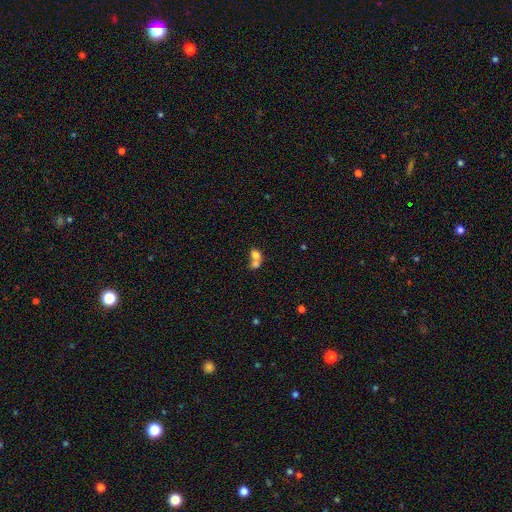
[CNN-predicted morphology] This appears to be a smooth galaxy with no disk features (72%) that is in between round and cigar-shaped (60%). Merging: merger (72%).